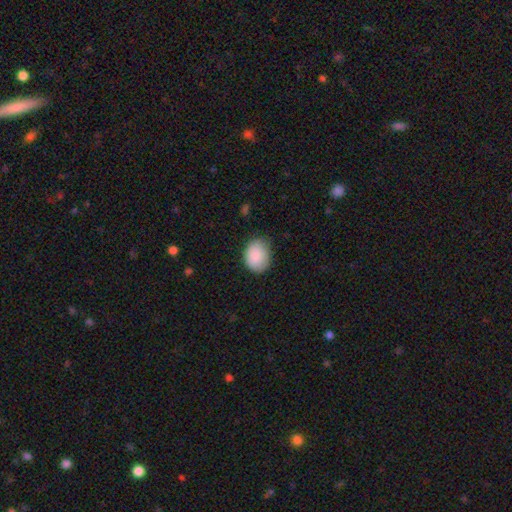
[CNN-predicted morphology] smooth-or-featured: smooth: 88% | star or artifact: 7% | featured or disk: 5%
  how-rounded: in between: 60% | round: 40% | cigar-shaped: 1%
  merging: none: 72% | minor disturbance: 22% | major disturbance: 4% | merger: 1%